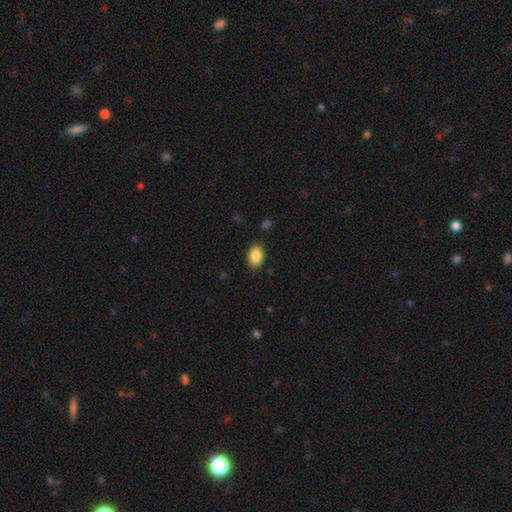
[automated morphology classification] Smooth or featured: smooth — 86% (star or artifact — 8%)
How rounded: in between — 80% (round — 19%)
Merging: none — 85% (minor disturbance — 12%)